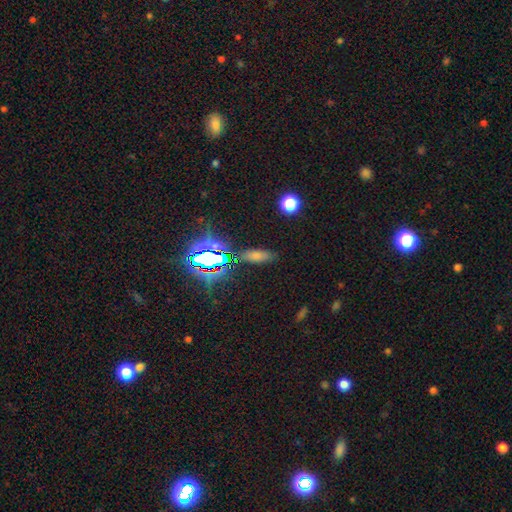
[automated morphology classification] type=smooth (52%); roundness=in between (52%); merging=none (83%).